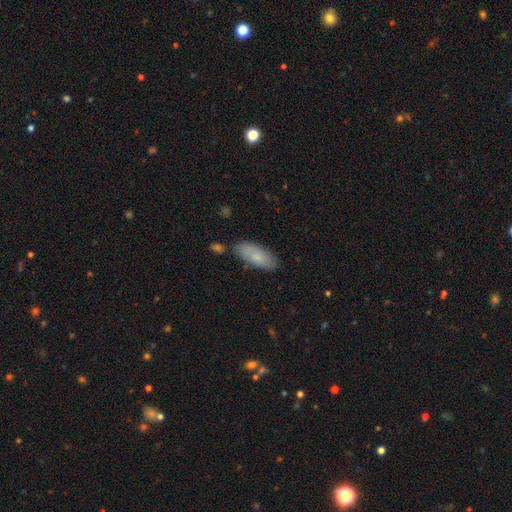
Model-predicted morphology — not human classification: Overall: smooth (78%). How rounded: in between (80%). Merging: none (77%).